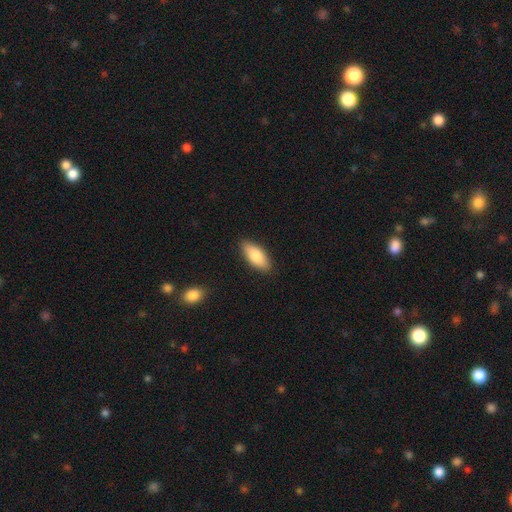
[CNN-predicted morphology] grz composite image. It shows a smooth galaxy with no disk features (82%) that is in between round and cigar-shaped (82%). Merging: none (87%).